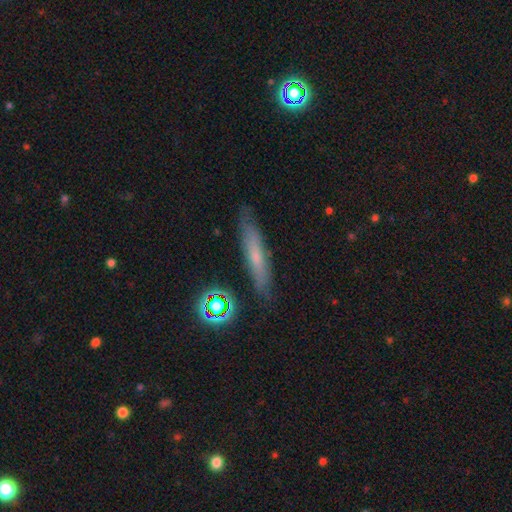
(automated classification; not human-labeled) A smooth galaxy with no disk features (48%).

Vote fractions:
- Smooth or featured? smooth: 48% / featured or disk: 39% / star or artifact: 13%
- Merging? none: 82% / minor disturbance: 13% / major disturbance: 3% / merger: 2%